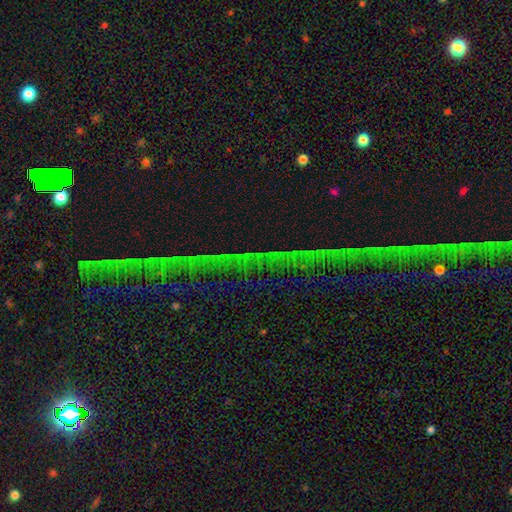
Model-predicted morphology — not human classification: Smooth or featured?
  - star or artifact: 78% *
  - smooth: 11%
  - featured or disk: 11%